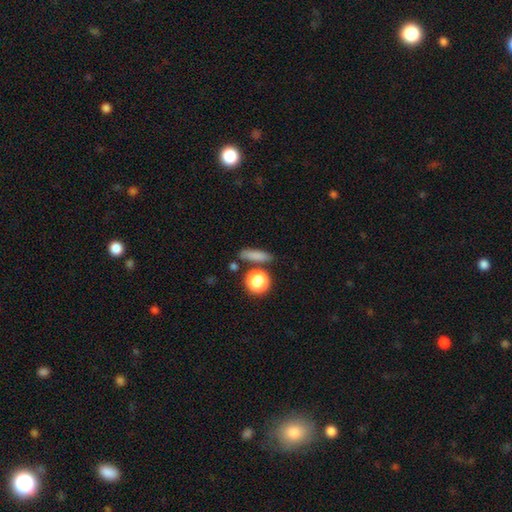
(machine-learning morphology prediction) smooth-or-featured: smooth: 79% | star or artifact: 12% | featured or disk: 9%
  how-rounded: cigar-shaped: 53% | in between: 28% | round: 19%
  merging: none: 77% | minor disturbance: 11% | merger: 8% | major disturbance: 4%